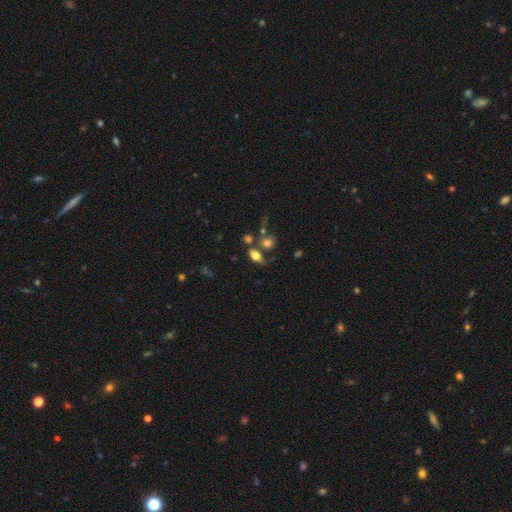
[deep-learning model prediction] Smooth or featured: smooth — 72% (featured or disk — 17%)
How rounded: in between — 80% (round — 12%)
Merging: none — 60% (merger — 19%)